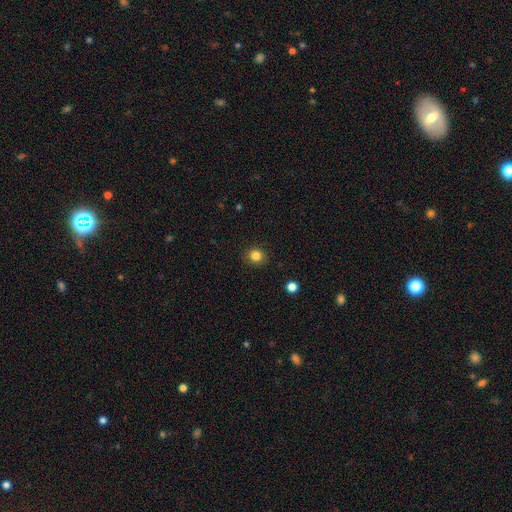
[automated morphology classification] smooth 83%, star or artifact 12%, featured or disk 5%. Down the decision tree: how rounded — round (79%); merging — none (90%).